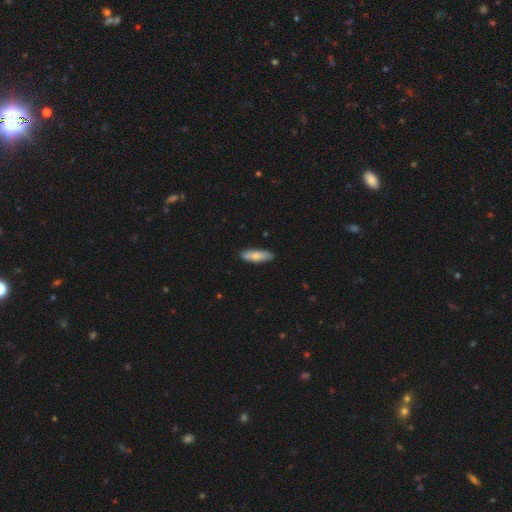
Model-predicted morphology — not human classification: Smooth or featured: smooth — 76% (featured or disk — 19%)
How rounded: in between — 52% (cigar-shaped — 46%)
Merging: none — 85% (minor disturbance — 12%)